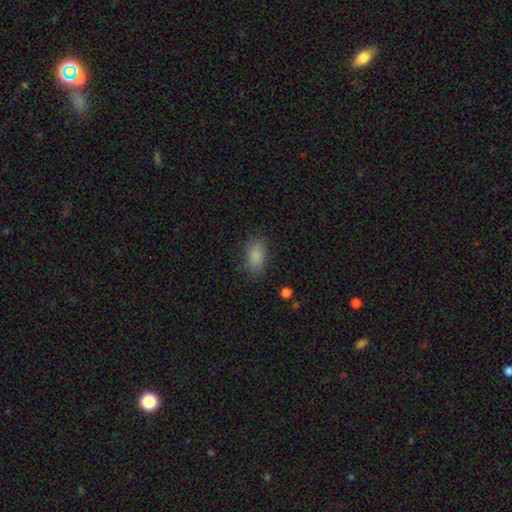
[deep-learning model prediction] Smooth or featured: smooth — 87% (star or artifact — 9%)
How rounded: in between — 89% (round — 8%)
Merging: none — 82% (minor disturbance — 13%)